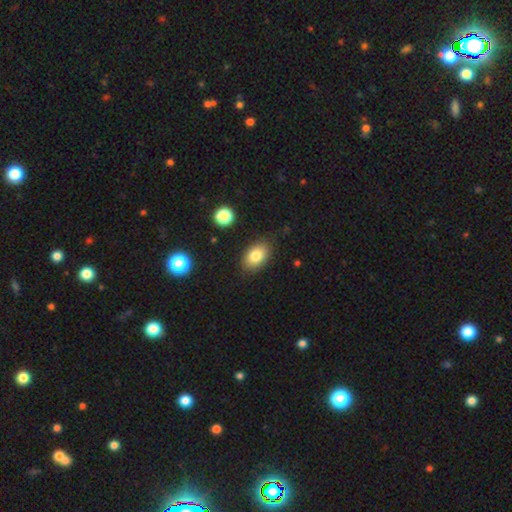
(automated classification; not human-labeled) Q: Smooth or featured?
A: smooth (81%); runner-up: featured or disk (10%)
Q: How rounded?
A: in between (85%); runner-up: round (14%)
Q: Merging?
A: none (84%); runner-up: minor disturbance (11%)